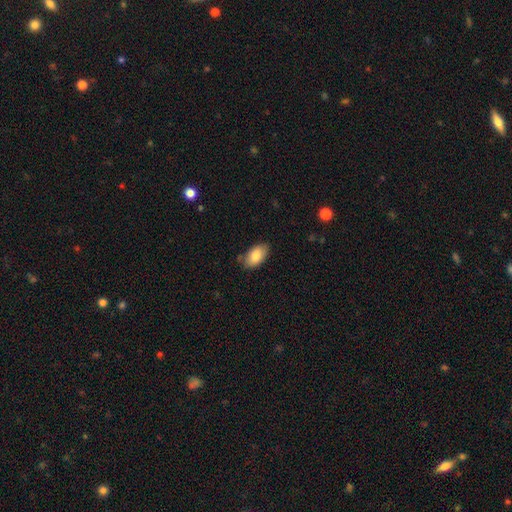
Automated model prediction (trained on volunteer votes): This appears to be a smooth galaxy with no disk features (83%) that is in between round and cigar-shaped (94%). Merging: none (77%).